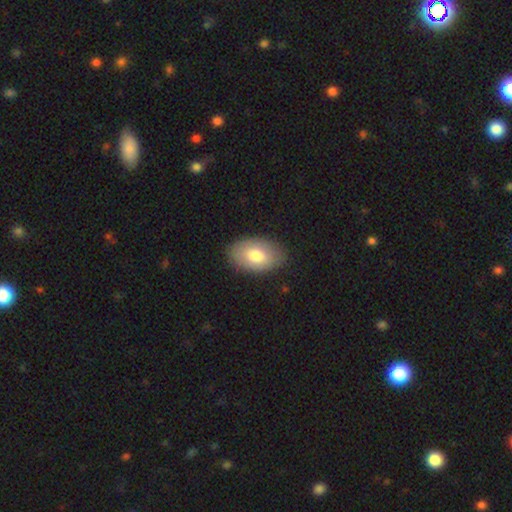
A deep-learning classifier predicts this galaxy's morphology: Smooth or featured: smooth — 77% (featured or disk — 16%)
How rounded: in between — 92% (round — 7%)
Merging: none — 83% (minor disturbance — 13%)